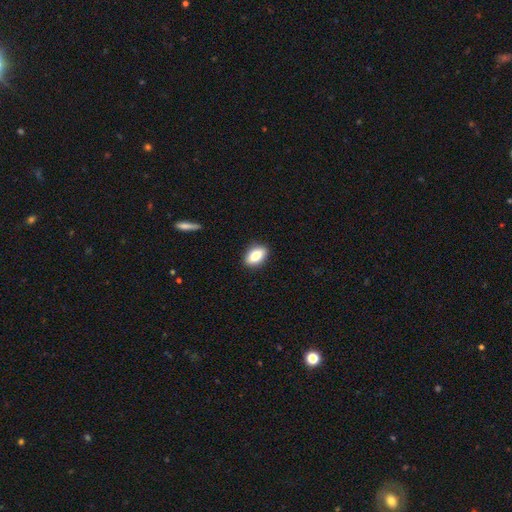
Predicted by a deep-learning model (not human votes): Smooth or featured? Predicted: smooth (p=0.83). How rounded? Predicted: in between (p=0.89). Merging? Predicted: none (p=0.89).